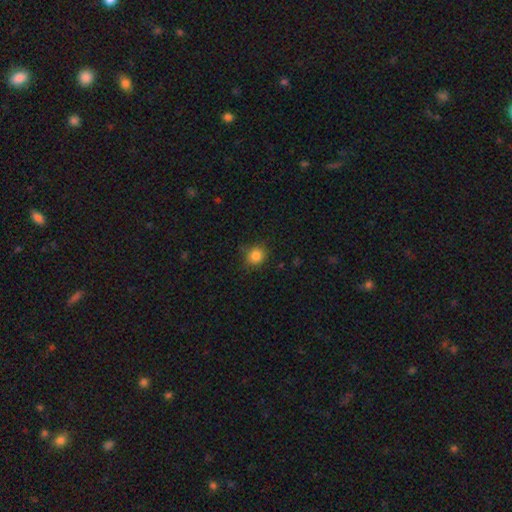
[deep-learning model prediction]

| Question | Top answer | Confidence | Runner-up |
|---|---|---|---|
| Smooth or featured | smooth | 84% | star or artifact (11%) |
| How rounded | round | 86% | in between (13%) |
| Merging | none | 84% | minor disturbance (12%) |